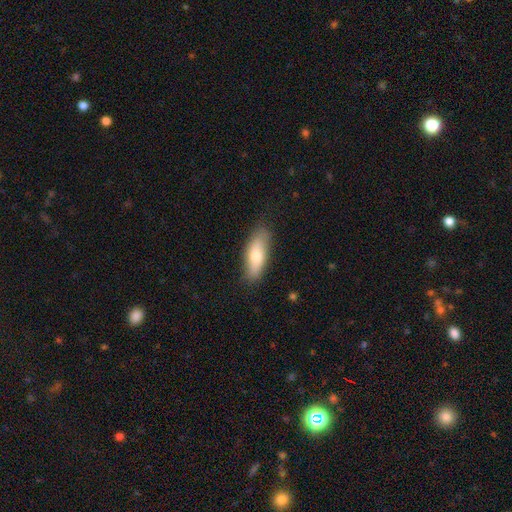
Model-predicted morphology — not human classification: This is likely a smooth galaxy (73%). How rounded: likely in between (67%). Merging: clearly none (82%).